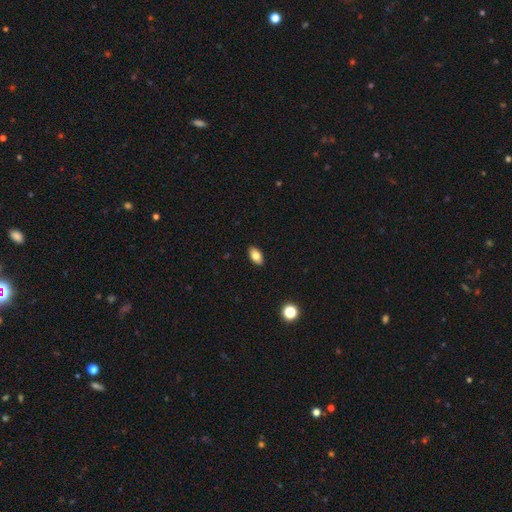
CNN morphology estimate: A smooth galaxy with no disk features (79%) that is in between round and cigar-shaped (91%). Merging: none (90%).